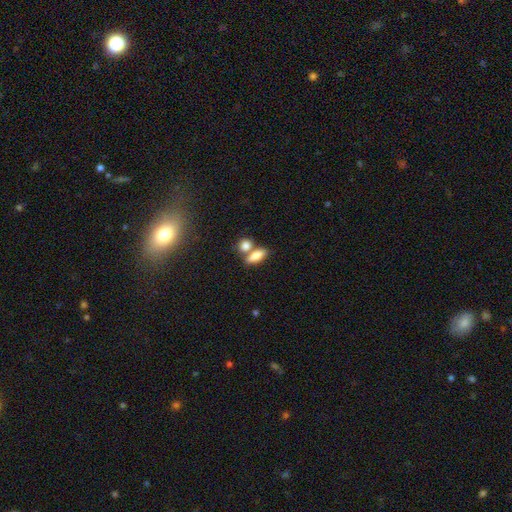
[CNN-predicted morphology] A smooth galaxy with no disk features (80%) that is in between round and cigar-shaped (74%).

Vote fractions:
- Smooth or featured? smooth: 80% / featured or disk: 13% / star or artifact: 8%
- How rounded? in between: 74% / cigar-shaped: 18% / round: 8%
- Merging? none: 47% / merger: 39% / minor disturbance: 10% / major disturbance: 4%